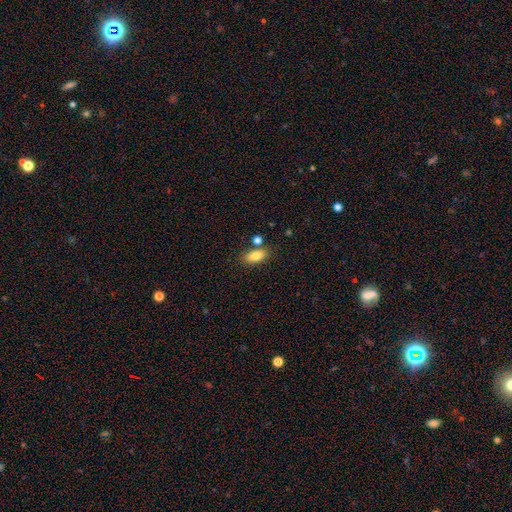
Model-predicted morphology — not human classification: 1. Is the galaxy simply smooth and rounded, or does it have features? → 81% smooth, 11% featured or disk, 8% star or artifact.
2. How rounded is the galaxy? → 87% in between, 9% cigar-shaped, 5% round.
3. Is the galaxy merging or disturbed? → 76% none, 11% minor disturbance, 10% merger, 3% major disturbance.